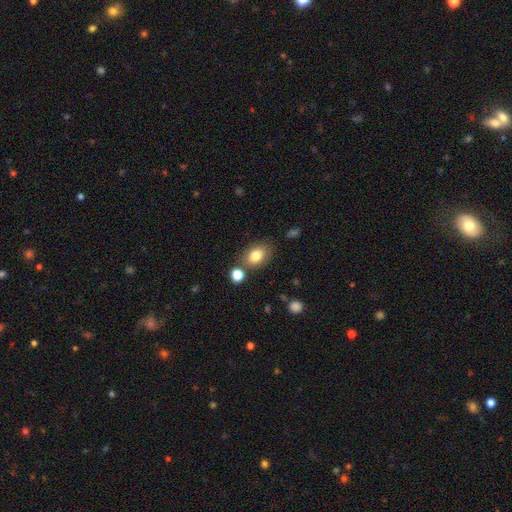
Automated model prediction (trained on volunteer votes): smooth_or_featured: smooth (p=0.80) [alt: featured or disk p=0.10]
how_rounded: in between (p=0.76) [alt: round p=0.23]
merging: none (p=0.70) [alt: minor disturbance p=0.14]